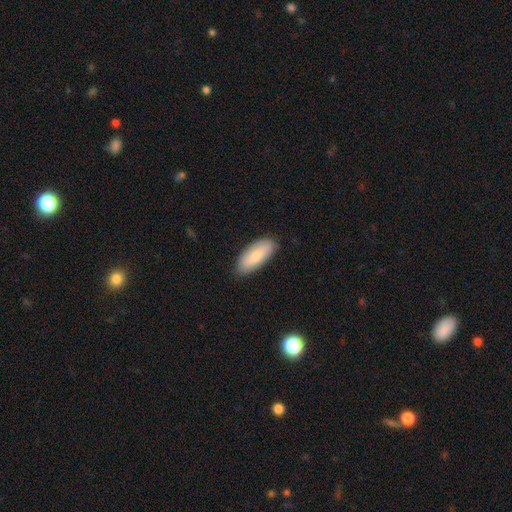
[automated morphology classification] Smooth or featured? Predicted: smooth (p=0.78). How rounded? Predicted: in between (p=0.83). Merging? Predicted: none (p=0.86).